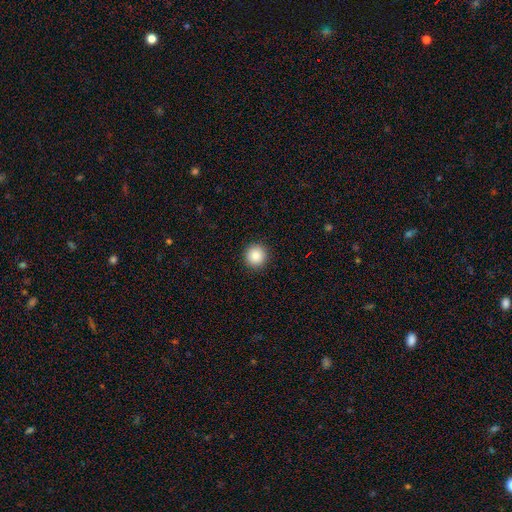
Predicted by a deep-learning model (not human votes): Morphology: type=smooth (87%); roundness=round (94%); merging=none (93%).